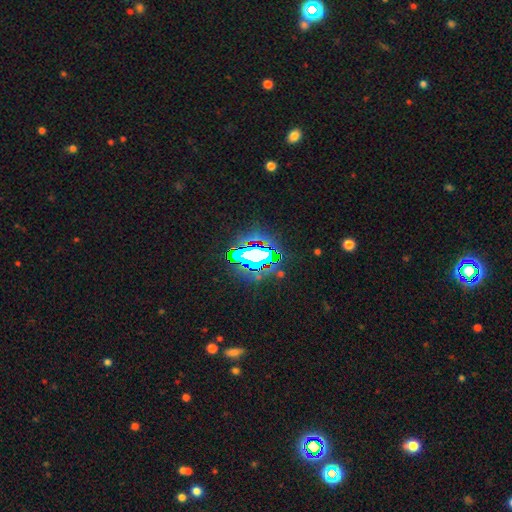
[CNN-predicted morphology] A star or artifact, not a galaxy (64%).